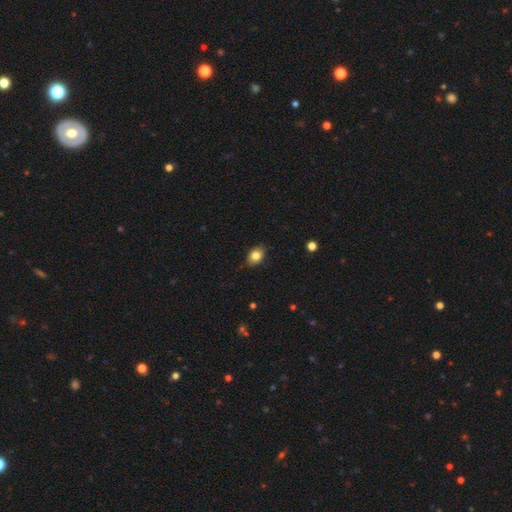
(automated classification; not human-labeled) smooth-or-featured: smooth: 81% | featured or disk: 10% | star or artifact: 9%
  how-rounded: in between: 74% | round: 24% | cigar-shaped: 2%
  merging: none: 82% | minor disturbance: 15% | major disturbance: 2% | merger: 1%